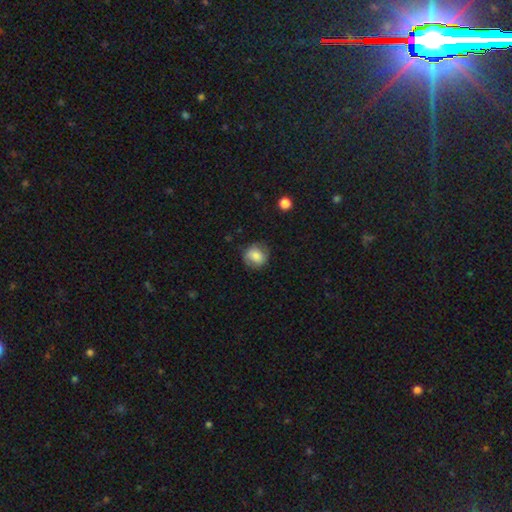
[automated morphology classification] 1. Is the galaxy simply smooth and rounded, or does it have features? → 73% smooth, 19% featured or disk, 9% star or artifact.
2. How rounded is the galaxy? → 78% round, 21% in between, 1% cigar-shaped.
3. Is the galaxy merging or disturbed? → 75% none, 18% minor disturbance, 6% major disturbance, 1% merger.